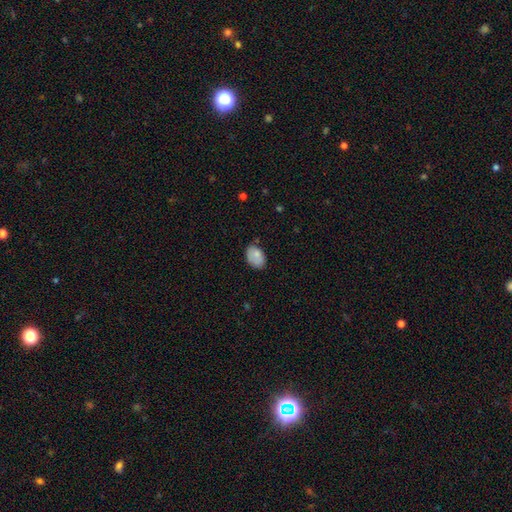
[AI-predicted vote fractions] Smooth or featured: smooth — 80% (featured or disk — 13%)
How rounded: in between — 85% (round — 14%)
Merging: none — 69% (minor disturbance — 24%)